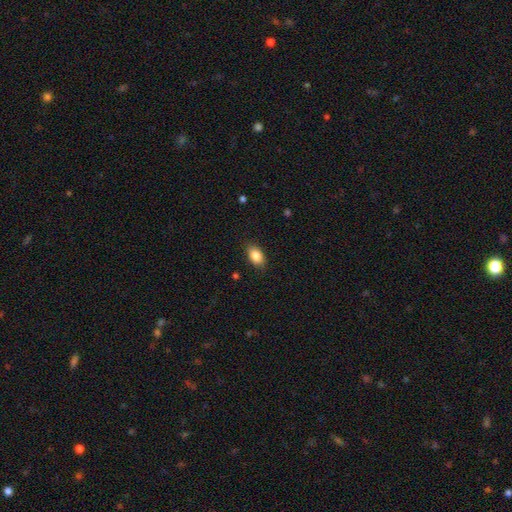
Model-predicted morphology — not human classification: Overall: smooth (86%). How rounded: in between (89%). Merging: none (87%).